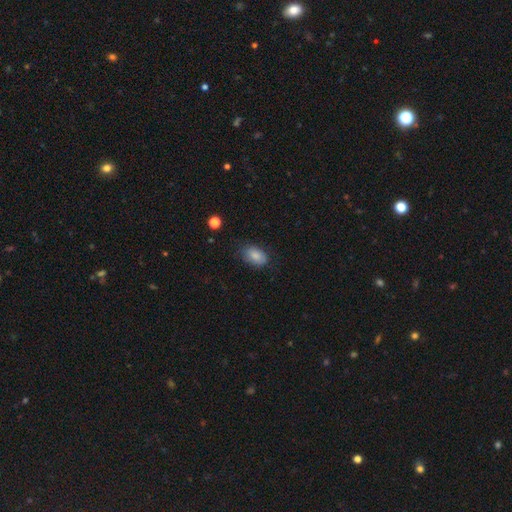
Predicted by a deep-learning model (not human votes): Morphology: type=smooth (84%); roundness=in between (89%); merging=none (74%).